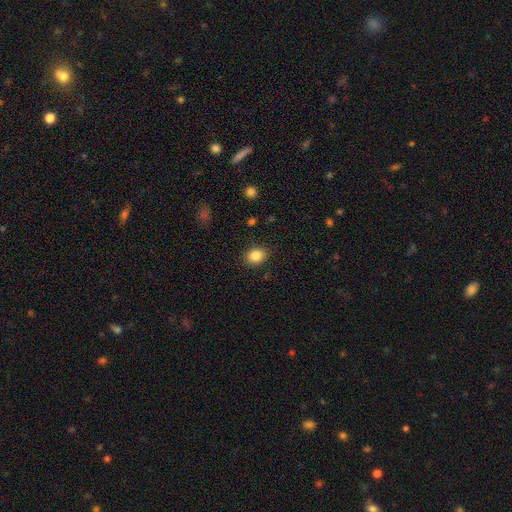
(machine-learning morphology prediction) Smooth or featured: smooth — 85% (star or artifact — 10%)
How rounded: round — 54% (in between — 45%)
Merging: none — 87% (minor disturbance — 9%)